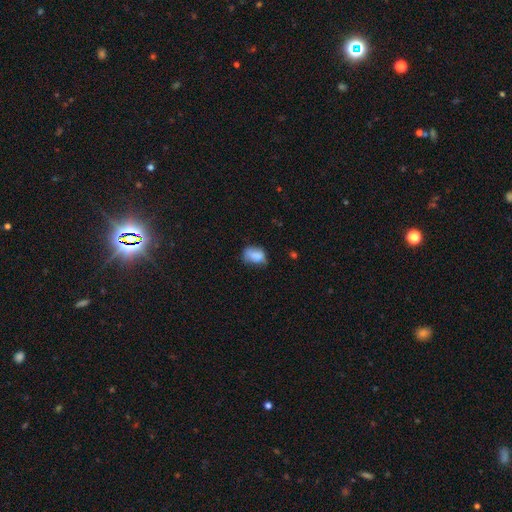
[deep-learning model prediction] This is likely a smooth galaxy (78%). How rounded: clearly in between (81%). Merging: marginally none (45%).